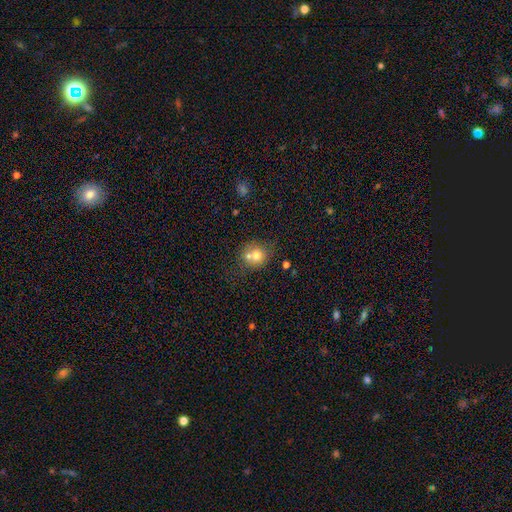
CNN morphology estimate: smooth_or_featured: smooth (p=0.70) [alt: featured or disk p=0.18]
how_rounded: round (p=0.81) [alt: in between p=0.18]
merging: none (p=0.46) [alt: merger p=0.41]